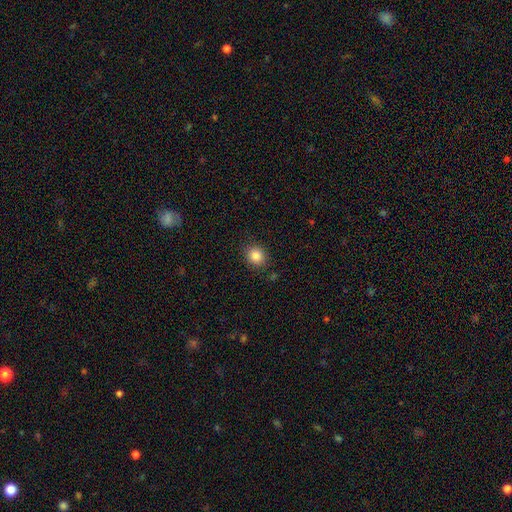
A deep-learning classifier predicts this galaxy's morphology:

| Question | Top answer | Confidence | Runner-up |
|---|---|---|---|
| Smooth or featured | smooth | 85% | star or artifact (10%) |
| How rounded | round | 73% | in between (26%) |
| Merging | none | 87% | minor disturbance (9%) |